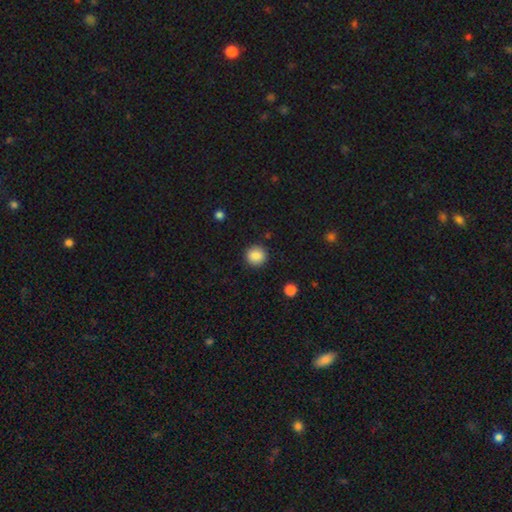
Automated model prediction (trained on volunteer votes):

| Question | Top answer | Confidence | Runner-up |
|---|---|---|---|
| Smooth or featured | smooth | 88% | star or artifact (9%) |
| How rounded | round | 93% | in between (6%) |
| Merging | none | 91% | minor disturbance (6%) |